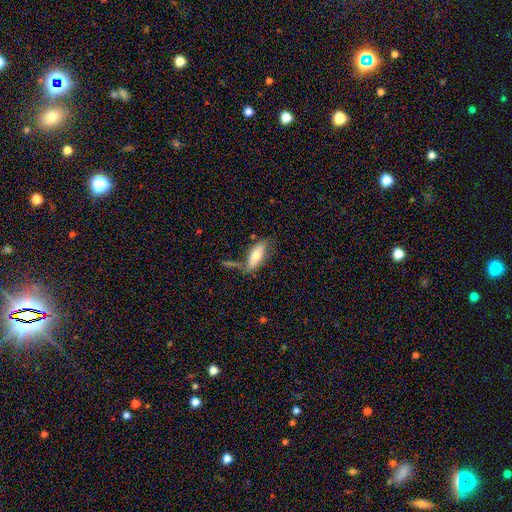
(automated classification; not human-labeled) Smooth or featured? smooth (63%)
How rounded? in between (72%)
Merging? none (57%)